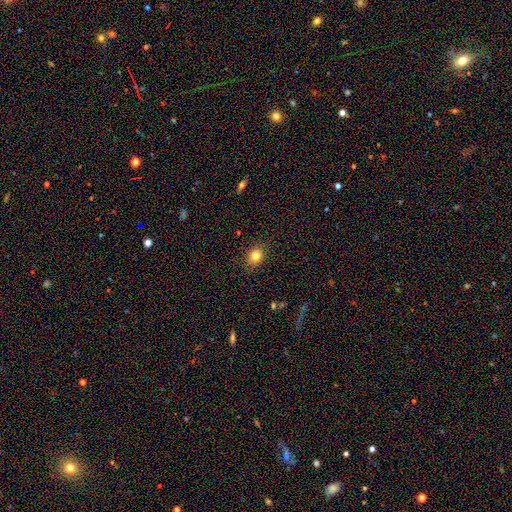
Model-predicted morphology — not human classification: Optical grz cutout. It shows a smooth galaxy with no disk features (80%) that is round (59%). Merging: none (86%).